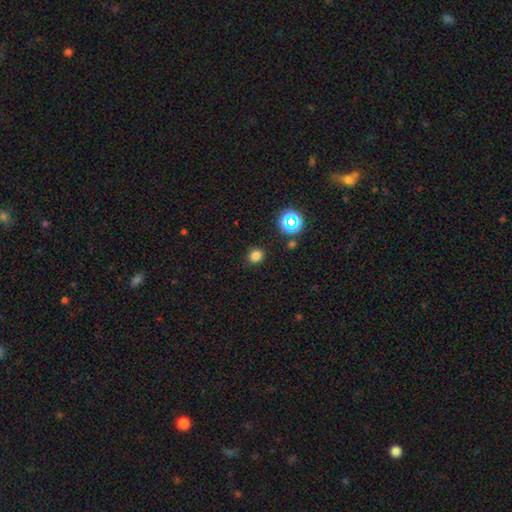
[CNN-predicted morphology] Smooth or featured: smooth — 77% (star or artifact — 18%)
How rounded: round — 80% (in between — 19%)
Merging: none — 89% (minor disturbance — 7%)